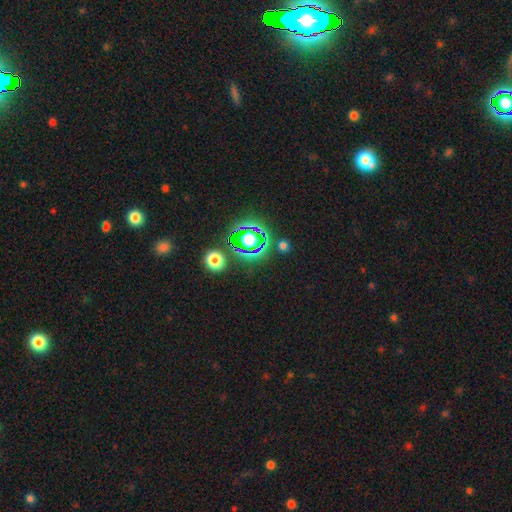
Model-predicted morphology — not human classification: star or artifact 80%, smooth 13%, featured or disk 7%.